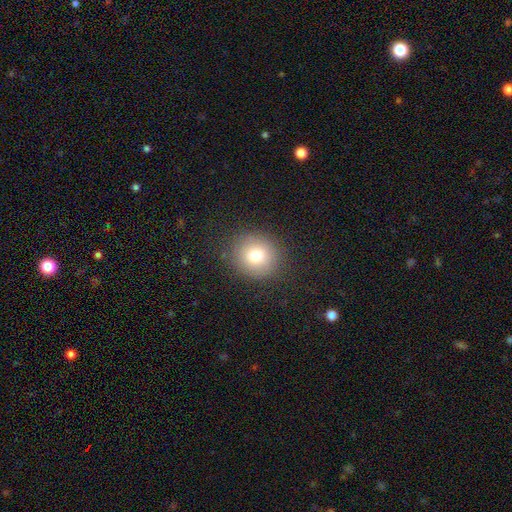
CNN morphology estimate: Smooth or featured? smooth (77%)
How rounded? round (88%)
Merging? none (87%)